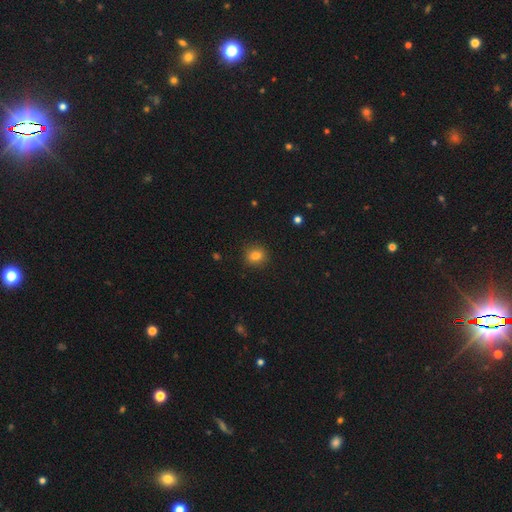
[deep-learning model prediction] Q: Smooth or featured?
A: smooth (82%); runner-up: star or artifact (12%)
Q: How rounded?
A: round (80%); runner-up: in between (19%)
Q: Merging?
A: none (90%); runner-up: minor disturbance (7%)